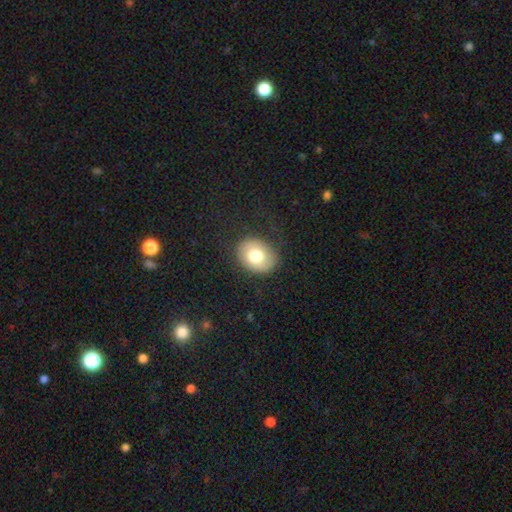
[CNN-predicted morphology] This appears to be a smooth galaxy with no disk features (74%) that is in between round and cigar-shaped (50%). Merging: none (81%).